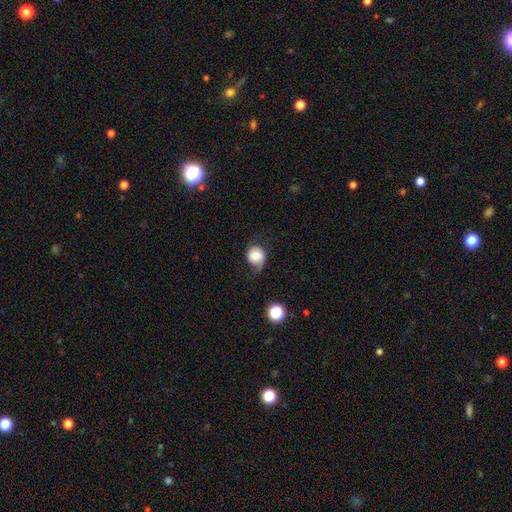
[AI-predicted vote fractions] The model was most divided on "merging": none: 45%, minor disturbance: 34%, major disturbance: 19%, merger: 2%. More confident: how rounded — round (68%); smooth or featured — smooth (62%).